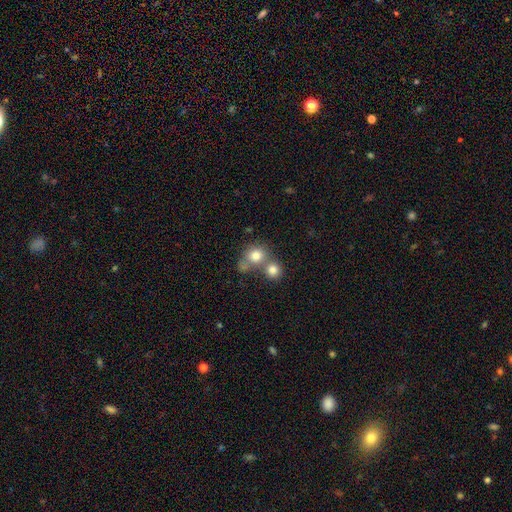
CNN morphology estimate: Smooth or featured? smooth (77%)
How rounded? round (81%)
Merging? merger (46%)